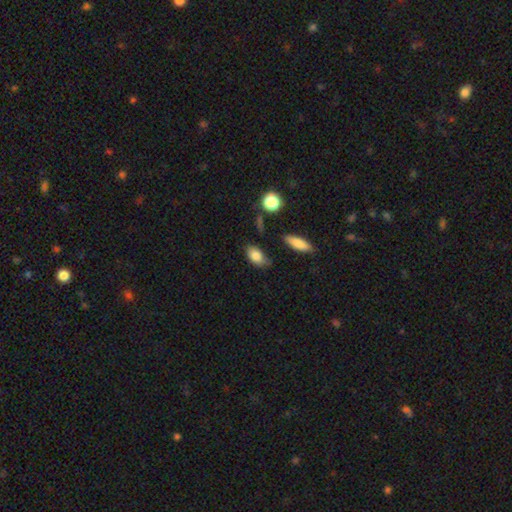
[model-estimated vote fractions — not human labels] Smooth or featured? Predicted: smooth (p=0.83). How rounded? Predicted: in between (p=0.88). Merging? Predicted: none (p=0.70).